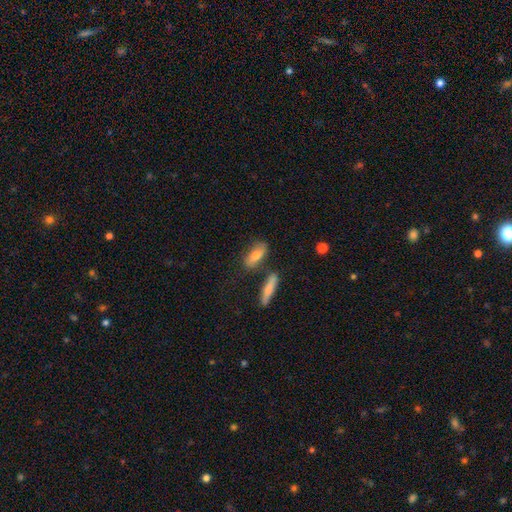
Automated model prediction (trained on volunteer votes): Smooth or featured? Predicted: smooth (p=0.73). How rounded? Predicted: in between (p=0.67). Merging? Predicted: none (p=0.67).